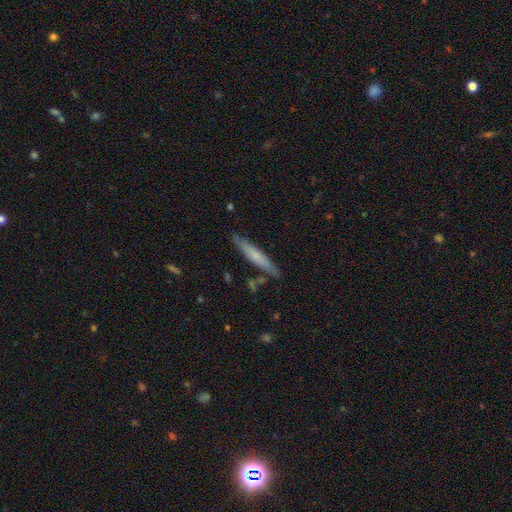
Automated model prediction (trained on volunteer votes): smooth 55%, featured or disk 39%, star or artifact 6%. Down the decision tree: how rounded — cigar-shaped (92%); merging — none (83%).